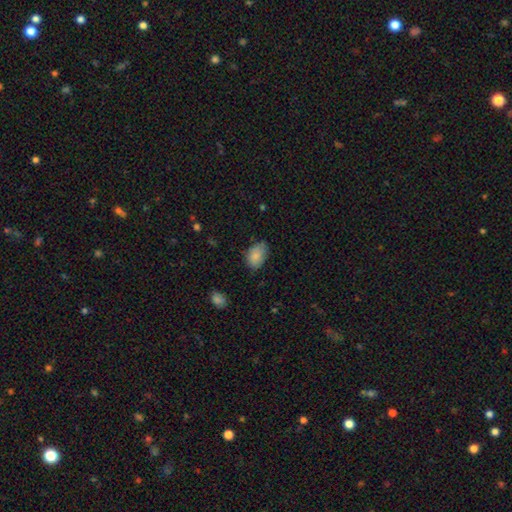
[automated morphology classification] This appears to be a smooth galaxy with no disk features (85%) that is in between round and cigar-shaped (84%). Merging: none (70%).